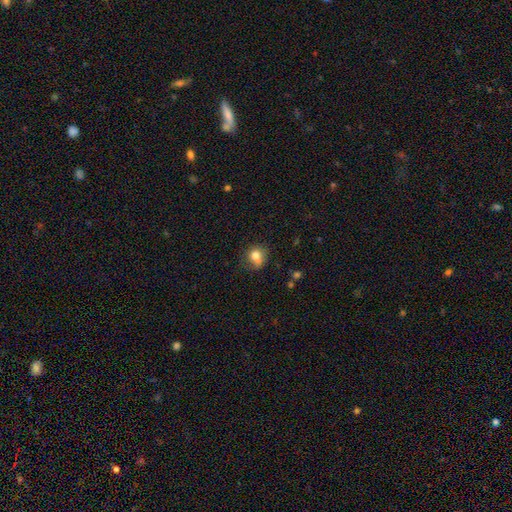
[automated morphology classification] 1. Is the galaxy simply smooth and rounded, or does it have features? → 78% smooth, 11% featured or disk, 11% star or artifact.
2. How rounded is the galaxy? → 71% round, 28% in between, 1% cigar-shaped.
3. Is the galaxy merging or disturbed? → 57% none, 28% minor disturbance, 10% major disturbance, 4% merger.